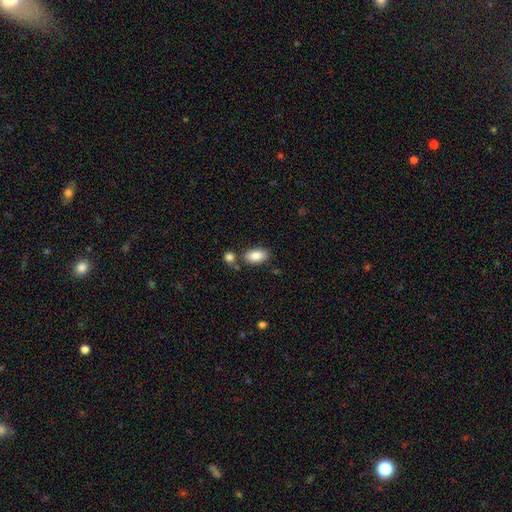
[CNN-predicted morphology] type=smooth (86%); roundness=in between (93%); merging=none (71%).